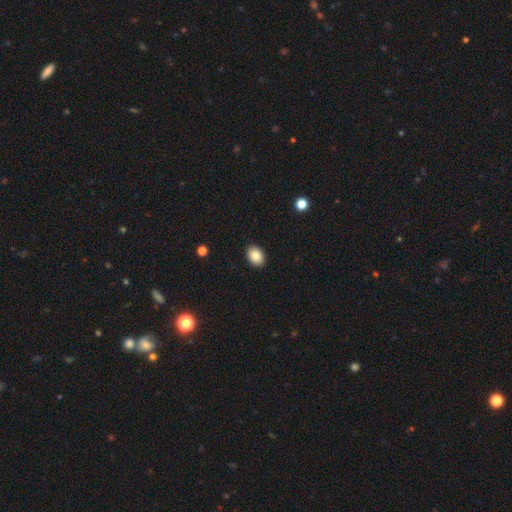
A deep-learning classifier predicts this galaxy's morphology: Smooth or featured?
  - smooth: 85% *
  - star or artifact: 8%
  - featured or disk: 7%
How rounded?
  - in between: 78% *
  - round: 21%
  - cigar-shaped: 1%
Merging?
  - none: 91% *
  - minor disturbance: 7%
  - major disturbance: 2%
  - merger: 1%